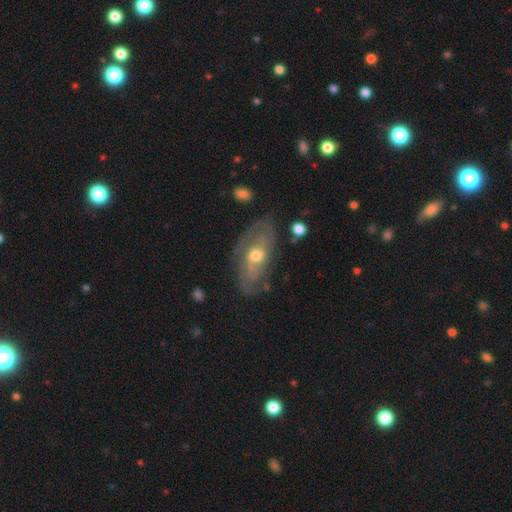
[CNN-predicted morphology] A featured or disk galaxy (75%) with no bar (71%), tight (50%) spiral arms (78%) and a moderate central bulge (69%).

Vote fractions:
- Smooth or featured? featured or disk: 75% / smooth: 19% / star or artifact: 6%
- Edge-on disk? no: 91% / yes: 9%
- Bar? no: 71% / weak: 23% / strong: 5%
- Spiral arms? yes: 78% / no: 22%
- Spiral winding? tight: 50% / medium: 36% / loose: 14%
- Spiral arm count? can't tell: 42% / 2: 37% / 3: 9% / 1: 5% / 4: 4% / more than 4: 3%
- Bulge size? moderate: 69% / small: 24% / large: 5% / none: 1% / dominant: 1%
- Merging? none: 70% / minor disturbance: 20% / major disturbance: 8% / merger: 2%